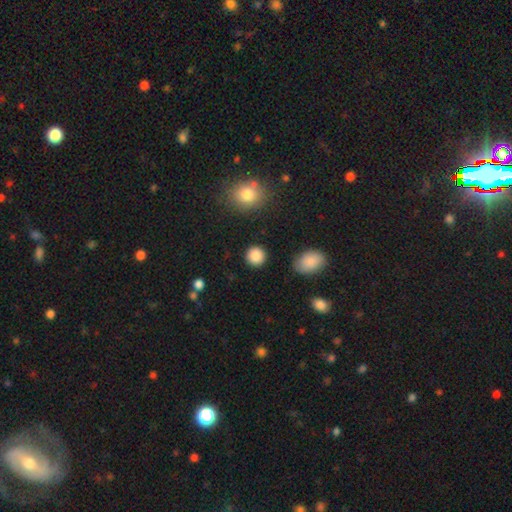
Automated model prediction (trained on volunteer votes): Smooth or featured? smooth (88%)
How rounded? round (92%)
Merging? none (90%)